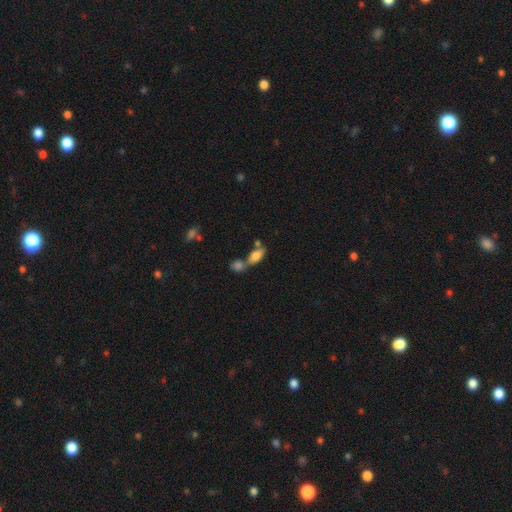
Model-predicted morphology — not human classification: A smooth galaxy with no disk features (77%) that is in between round and cigar-shaped (84%).

Vote fractions:
- Smooth or featured? smooth: 77% / featured or disk: 14% / star or artifact: 9%
- How rounded? in between: 84% / cigar-shaped: 11% / round: 5%
- Merging? merger: 45% / none: 39% / minor disturbance: 11% / major disturbance: 5%